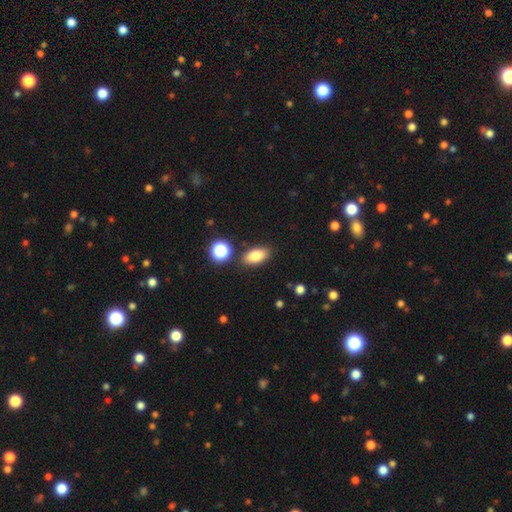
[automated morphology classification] A smooth galaxy with no disk features (81%) that is in between round and cigar-shaped (86%).

Vote fractions:
- Smooth or featured? smooth: 81% / star or artifact: 10% / featured or disk: 9%
- How rounded? in between: 86% / round: 8% / cigar-shaped: 6%
- Merging? none: 84% / minor disturbance: 10% / merger: 4% / major disturbance: 3%